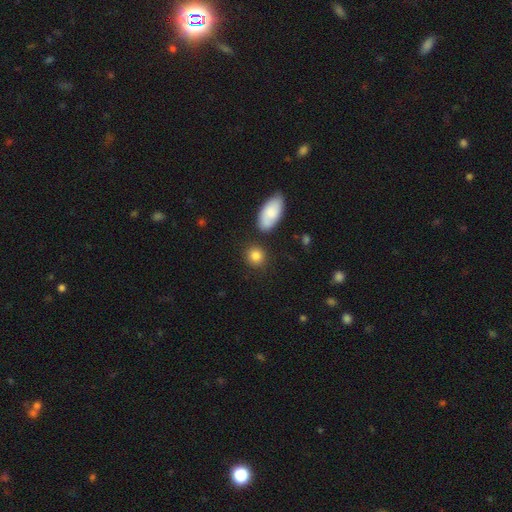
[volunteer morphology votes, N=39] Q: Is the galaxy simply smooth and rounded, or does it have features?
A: smooth — 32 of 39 (82%).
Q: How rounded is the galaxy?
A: round — 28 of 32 (88%).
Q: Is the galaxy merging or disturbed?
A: none — 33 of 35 (94%).